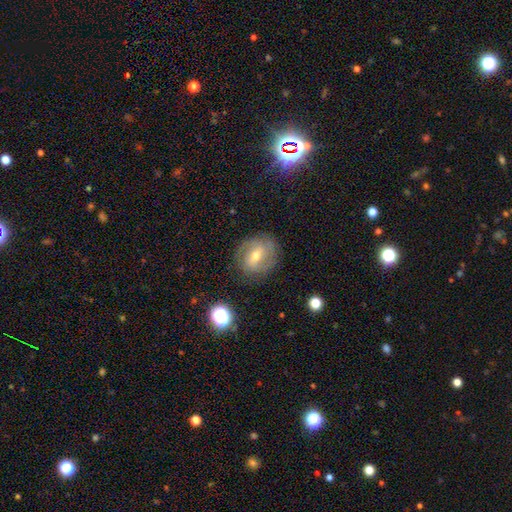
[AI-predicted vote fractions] Smooth or featured? Predicted: featured or disk (p=0.71). Edge-on disk? Predicted: no (p=0.96). Bar? Predicted: weak (p=0.48). Spiral arms? Predicted: yes (p=0.86). Spiral winding? Predicted: tight (p=0.46). Spiral arm count? Predicted: 2 (p=0.60). Bulge size? Predicted: moderate (p=0.54). Merging? Predicted: none (p=0.79).